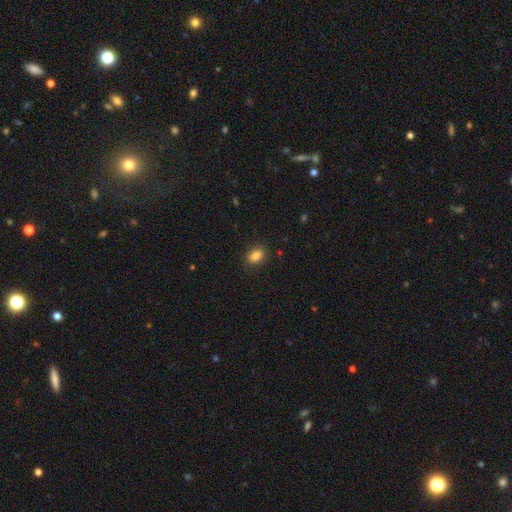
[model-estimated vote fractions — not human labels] smooth 85%, star or artifact 10%, featured or disk 5%. Down the decision tree: how rounded — in between (73%); merging — none (87%).